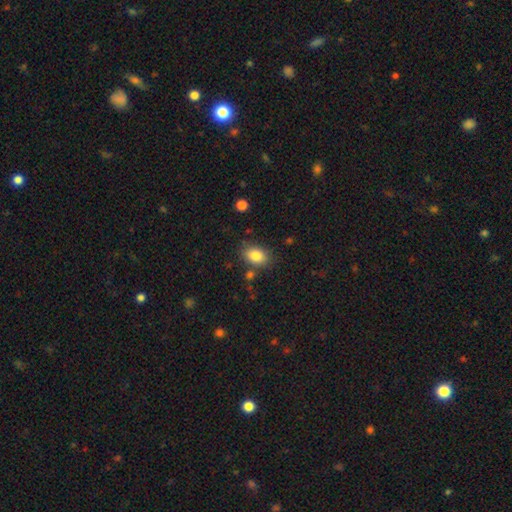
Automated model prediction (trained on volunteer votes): Smooth or featured? Predicted: smooth (p=0.84). How rounded? Predicted: in between (p=0.80). Merging? Predicted: none (p=0.79).